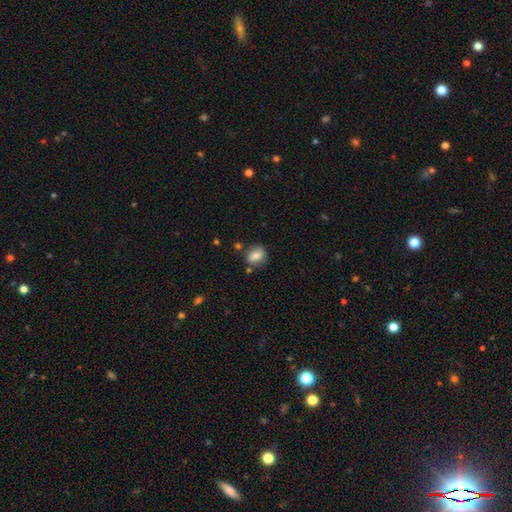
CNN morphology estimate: Smooth or featured: smooth — 79% (featured or disk — 12%)
How rounded: in between — 55% (round — 43%)
Merging: none — 73% (minor disturbance — 16%)